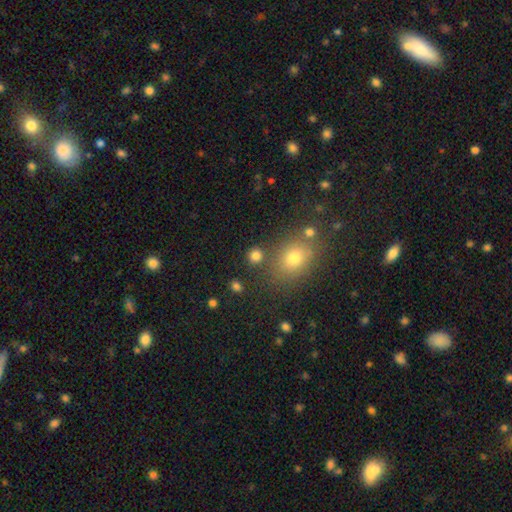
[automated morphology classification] A smooth galaxy with no disk features (80%) that is round (83%). Merging: none (79%).